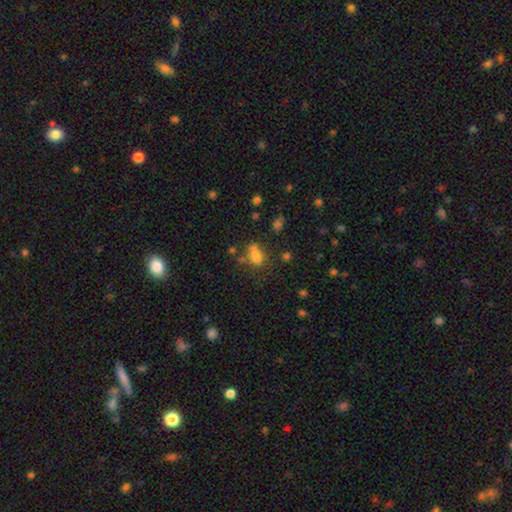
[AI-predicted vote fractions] The model was most divided on "merging": none: 44%, merger: 25%, minor disturbance: 20%, major disturbance: 12%. More confident: smooth or featured — smooth (70%); how rounded — in between (67%).